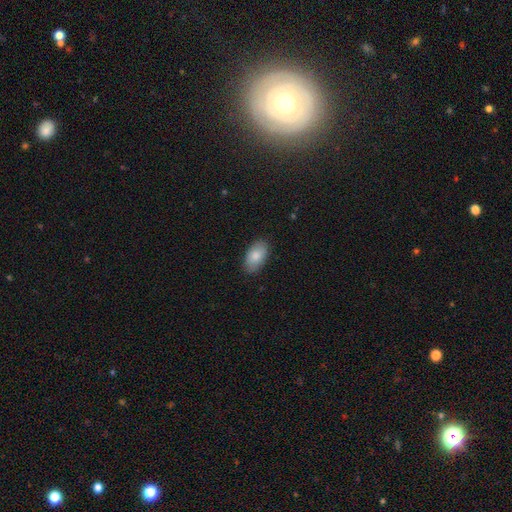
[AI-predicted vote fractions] smooth_or_featured: smooth (p=0.84) [alt: featured or disk p=0.10]
how_rounded: in between (p=0.94) [alt: round p=0.04]
merging: none (p=0.86) [alt: minor disturbance p=0.11]